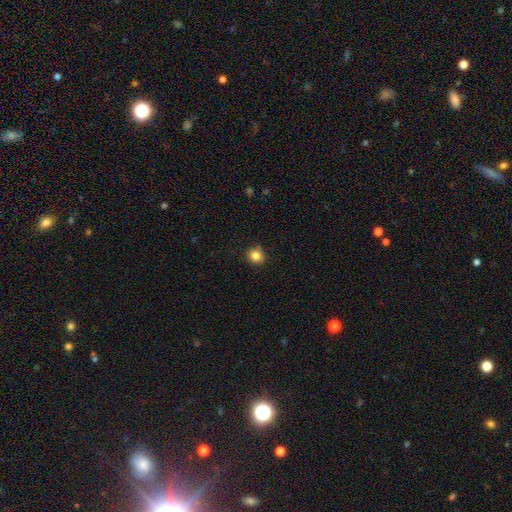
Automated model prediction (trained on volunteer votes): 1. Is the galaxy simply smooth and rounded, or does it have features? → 84% smooth, 11% star or artifact, 5% featured or disk.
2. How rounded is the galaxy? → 88% round, 11% in between, 1% cigar-shaped.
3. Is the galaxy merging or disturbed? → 86% none, 10% minor disturbance, 2% major disturbance, 2% merger.